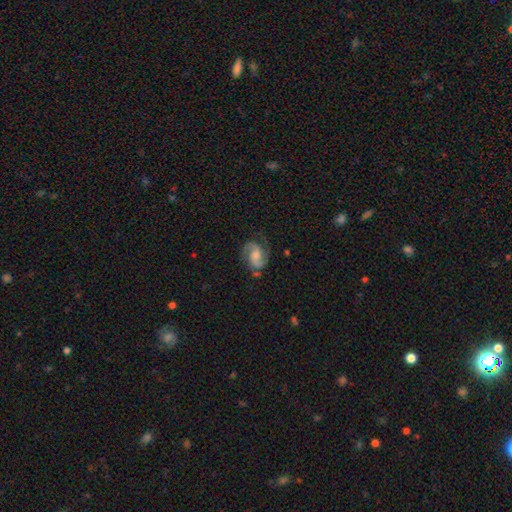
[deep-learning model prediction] smooth-or-featured: featured or disk: 85% | smooth: 9% | star or artifact: 6%
  disk-edge-on: no: 98% | yes: 2%
    bar: no: 55% | weak: 38% | strong: 7%
    has-spiral-arms: yes: 97% | no: 3%
      spiral-winding: medium: 56% | tight: 23% | loose: 21%
      spiral-arm-count: 2: 88% | 3: 4% | can't tell: 3% | 1: 2% | 4: 1% | more than 4: 1%
    bulge-size: moderate: 44% | small: 26% | none: 15% | large: 13% | dominant: 2%
  merging: none: 72% | minor disturbance: 18% | major disturbance: 8% | merger: 3%